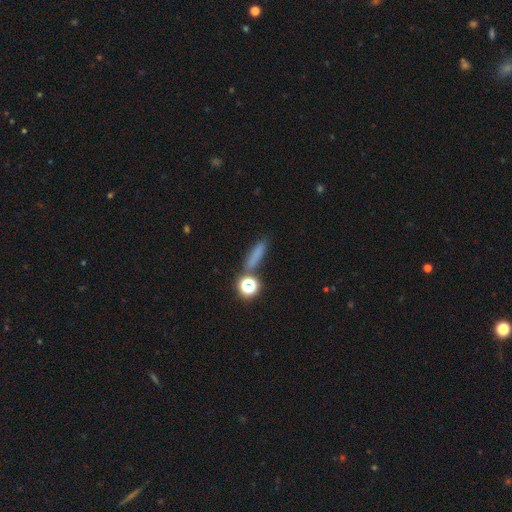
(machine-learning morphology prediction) This appears to be a smooth galaxy with no disk features (68%) that is cigar-shaped (67%). Merging: none (74%).